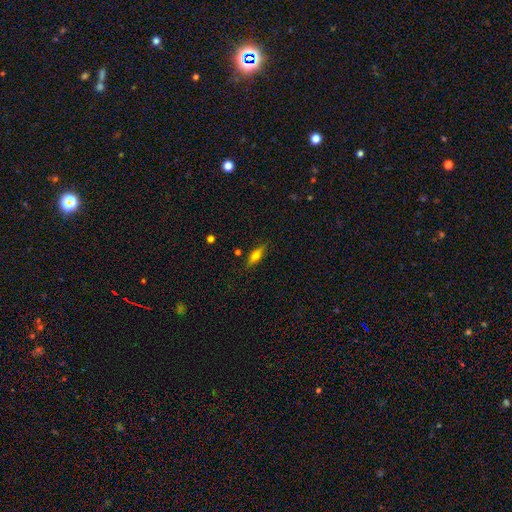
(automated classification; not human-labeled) smooth-or-featured: smooth: 60% | featured or disk: 32% | star or artifact: 8%
  how-rounded: in between: 52% | cigar-shaped: 44% | round: 4%
  merging: none: 84% | minor disturbance: 12% | major disturbance: 3% | merger: 2%